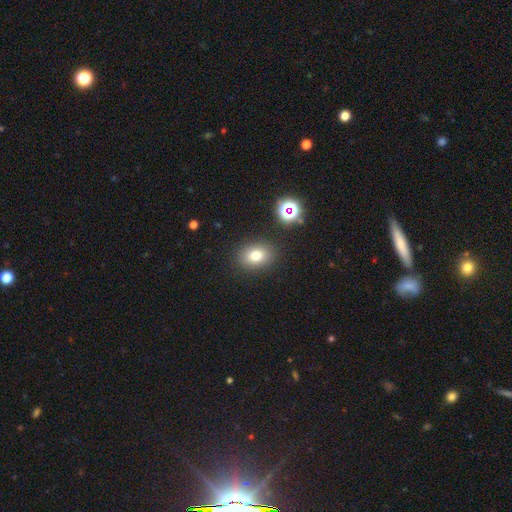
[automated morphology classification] Smooth or featured?
  - smooth: 77% *
  - star or artifact: 14%
  - featured or disk: 9%
How rounded?
  - in between: 61% *
  - round: 38%
  - cigar-shaped: 1%
Merging?
  - none: 86% *
  - minor disturbance: 9%
  - major disturbance: 3%
  - merger: 2%